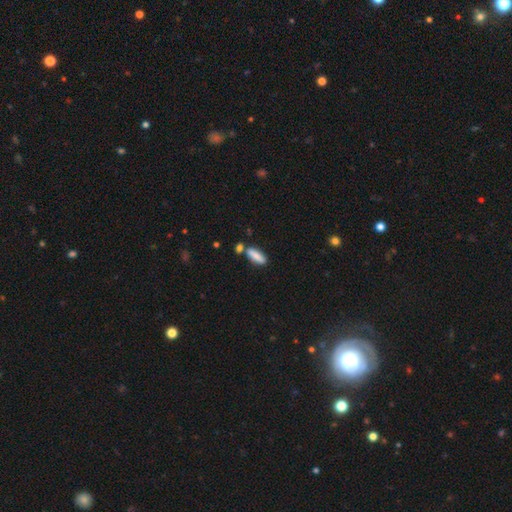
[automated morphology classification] A smooth galaxy with no disk features (83%) that is in between round and cigar-shaped (59%). Merging: none (67%).